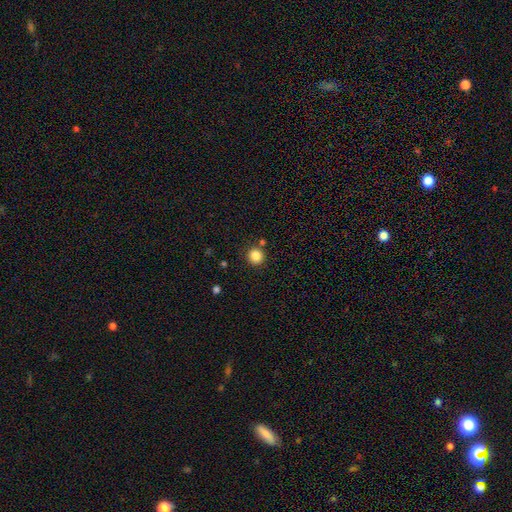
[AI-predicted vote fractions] Smooth or featured? Predicted: smooth (p=0.85). How rounded? Predicted: round (p=0.94). Merging? Predicted: none (p=0.86).